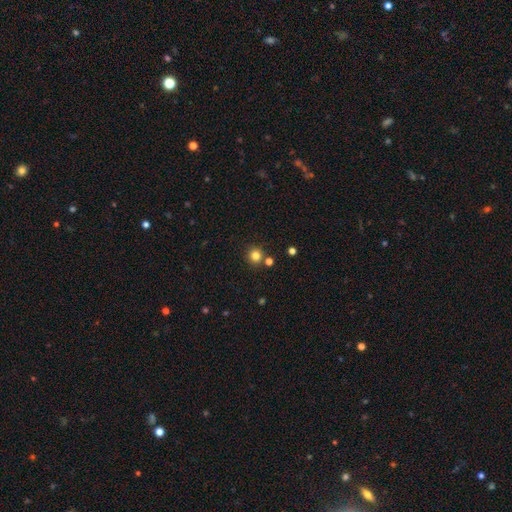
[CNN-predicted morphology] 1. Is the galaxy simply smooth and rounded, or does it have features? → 82% smooth, 13% star or artifact, 5% featured or disk.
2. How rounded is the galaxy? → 93% round, 6% in between, 1% cigar-shaped.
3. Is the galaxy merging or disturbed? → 83% none, 9% merger, 7% minor disturbance, 2% major disturbance.